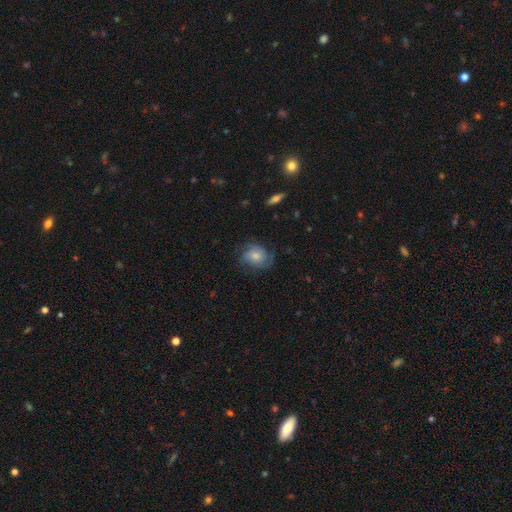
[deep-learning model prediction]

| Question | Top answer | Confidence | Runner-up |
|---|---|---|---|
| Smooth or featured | smooth | 46% | featured or disk (45%) |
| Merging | none | 66% | minor disturbance (22%) |